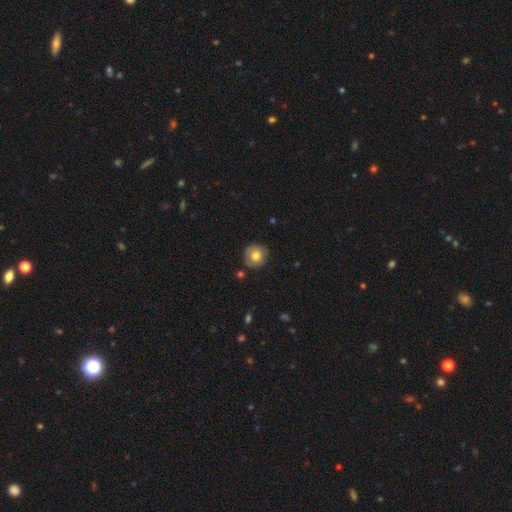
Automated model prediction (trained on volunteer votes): Q: Smooth or featured?
A: smooth (73%); runner-up: featured or disk (19%)
Q: How rounded?
A: round (93%); runner-up: in between (6%)
Q: Merging?
A: none (84%); runner-up: minor disturbance (11%)